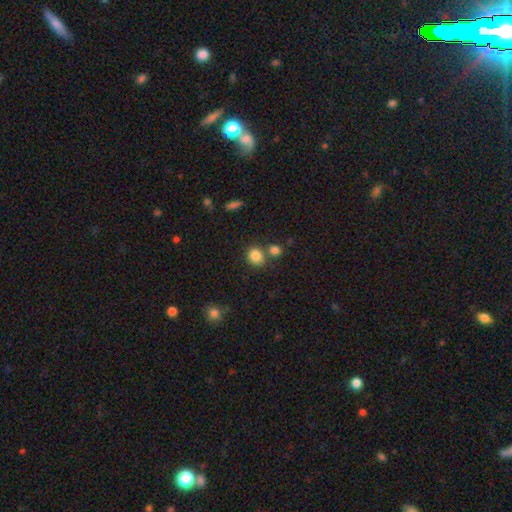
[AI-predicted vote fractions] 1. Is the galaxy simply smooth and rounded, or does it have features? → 84% smooth, 11% star or artifact, 6% featured or disk.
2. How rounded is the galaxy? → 72% round, 27% in between, 1% cigar-shaped.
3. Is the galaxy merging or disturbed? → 65% none, 21% merger, 10% minor disturbance, 3% major disturbance.